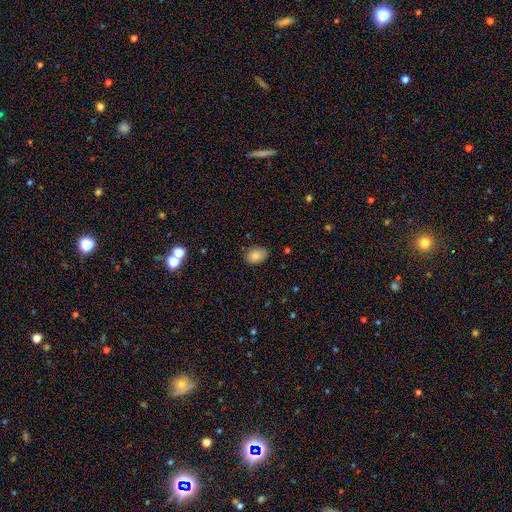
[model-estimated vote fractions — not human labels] Overall: smooth (85%). How rounded: in between (82%). Merging: none (84%).